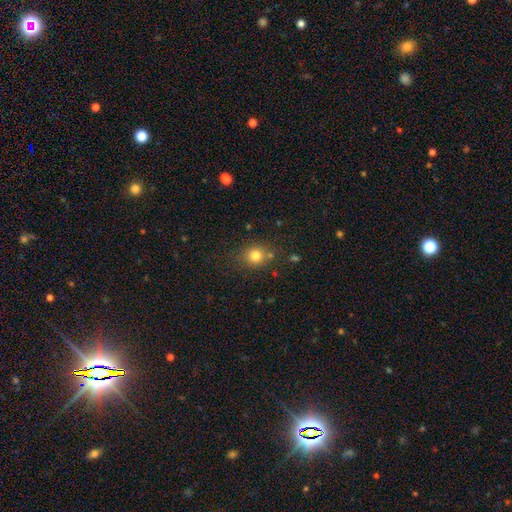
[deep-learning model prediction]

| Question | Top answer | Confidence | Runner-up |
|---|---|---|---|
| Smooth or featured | smooth | 79% | star or artifact (14%) |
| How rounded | round | 83% | in between (16%) |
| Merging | none | 78% | minor disturbance (11%) |